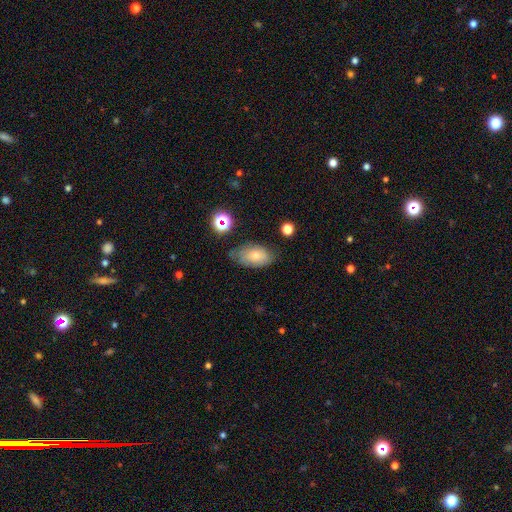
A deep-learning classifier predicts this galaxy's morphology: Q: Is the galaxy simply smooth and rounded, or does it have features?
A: smooth — 69%.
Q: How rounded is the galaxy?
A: in between — 90%.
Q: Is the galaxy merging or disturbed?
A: none — 61%.